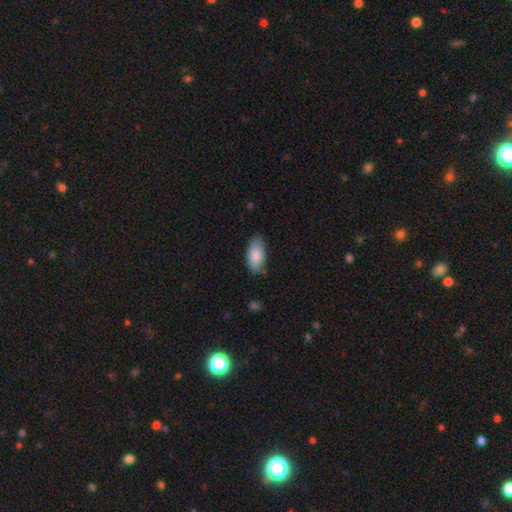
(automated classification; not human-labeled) This is clearly a smooth galaxy (86%). How rounded: clearly in between (93%). Merging: likely none (75%).